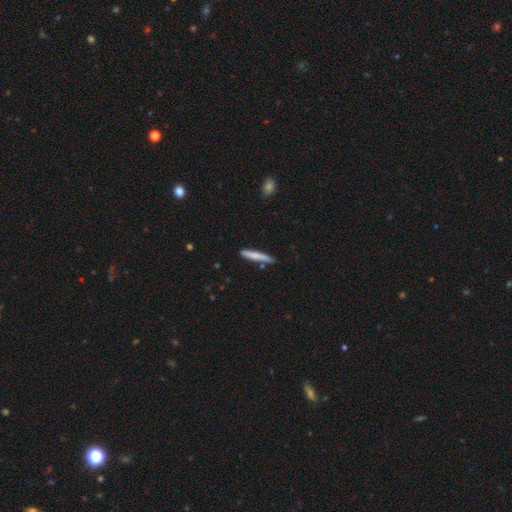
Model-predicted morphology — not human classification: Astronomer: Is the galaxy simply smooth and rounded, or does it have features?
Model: smooth — 73%.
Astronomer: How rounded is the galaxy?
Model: cigar-shaped — 94%.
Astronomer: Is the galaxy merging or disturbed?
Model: none — 83%.